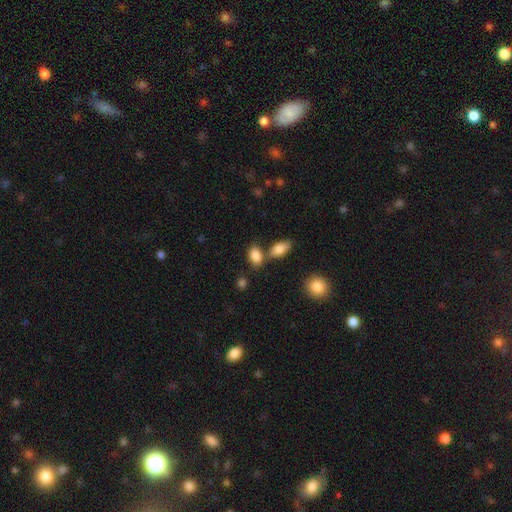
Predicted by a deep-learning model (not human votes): A smooth galaxy with no disk features (86%) that is in between round and cigar-shaped (88%). Merging: none (58%).